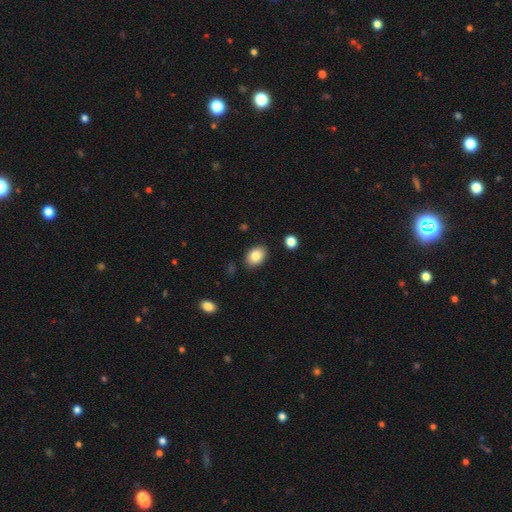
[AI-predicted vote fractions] smooth 84%, star or artifact 8%, featured or disk 8%. Down the decision tree: how rounded — in between (79%); merging — none (86%).